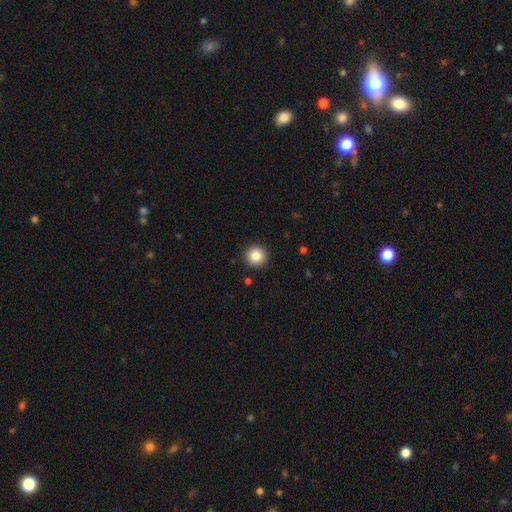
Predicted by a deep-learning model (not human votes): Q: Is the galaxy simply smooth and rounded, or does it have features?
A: smooth — 85%.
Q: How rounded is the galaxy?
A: round — 96%.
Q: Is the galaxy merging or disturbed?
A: none — 93%.